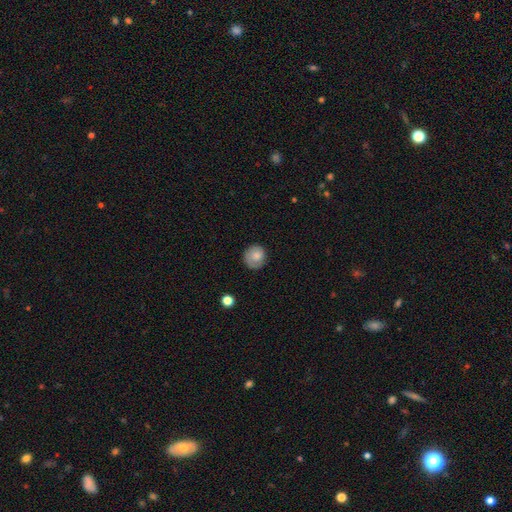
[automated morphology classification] Smooth or featured?
  - smooth: 78% *
  - featured or disk: 14%
  - star or artifact: 8%
How rounded?
  - round: 86% *
  - in between: 14%
  - cigar-shaped: 1%
Merging?
  - none: 77% *
  - minor disturbance: 17%
  - major disturbance: 5%
  - merger: 1%